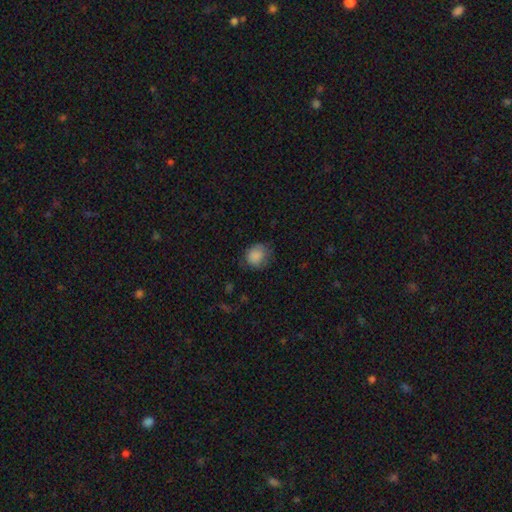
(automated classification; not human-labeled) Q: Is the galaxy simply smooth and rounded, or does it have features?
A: smooth — 86%.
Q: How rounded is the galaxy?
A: round — 70%.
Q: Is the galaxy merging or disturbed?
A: none — 65%.